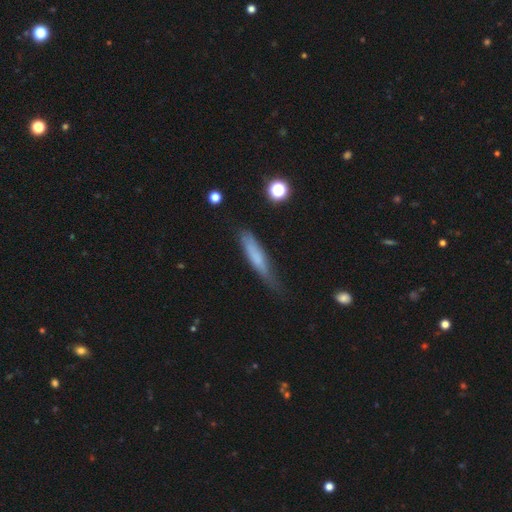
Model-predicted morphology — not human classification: Smooth or featured? smooth (66%)
How rounded? cigar-shaped (86%)
Merging? none (55%)